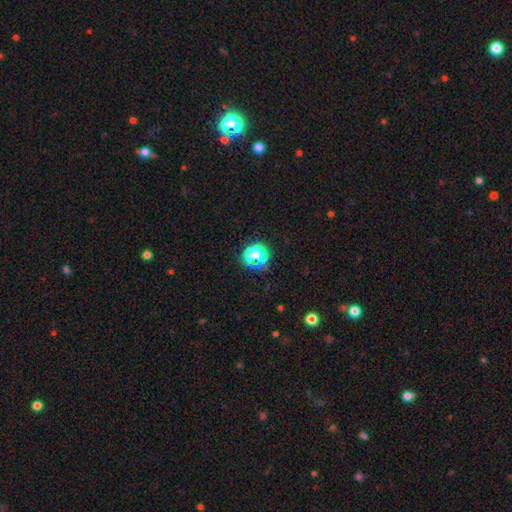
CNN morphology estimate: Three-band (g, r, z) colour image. It shows a star or artifact, not a galaxy (50%).